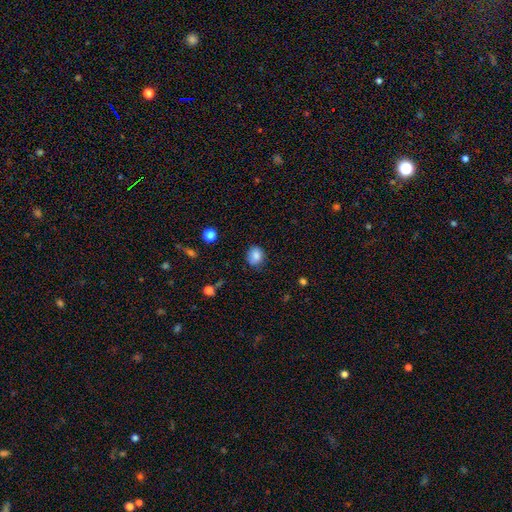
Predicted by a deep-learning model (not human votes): Overall: smooth (84%). How rounded: round (63%; in between 36%). Merging: none (78%).